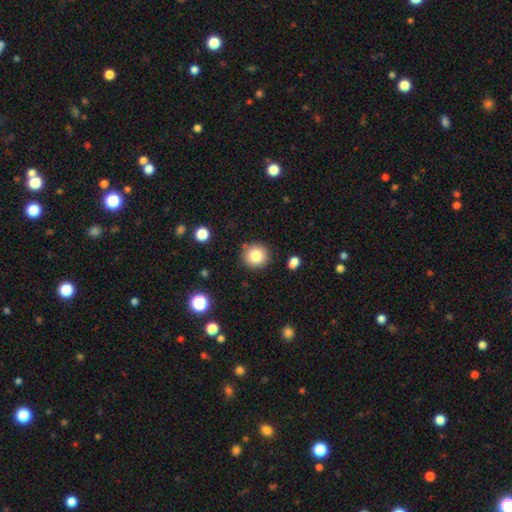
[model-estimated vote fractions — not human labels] A smooth galaxy with no disk features (82%) that is round (93%). Merging: none (86%).